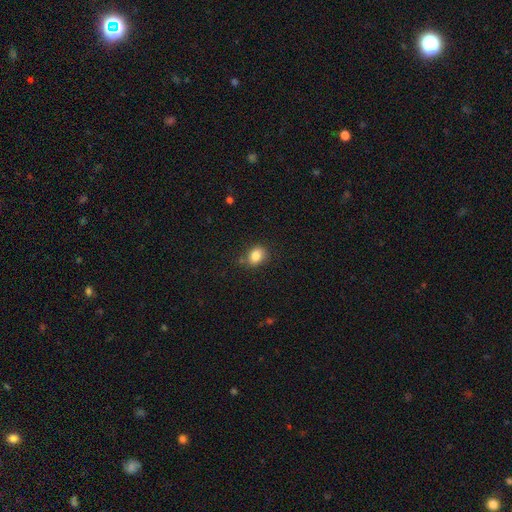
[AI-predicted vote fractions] Morphology: type=smooth (83%); roundness=in between (52%); merging=none (77%).